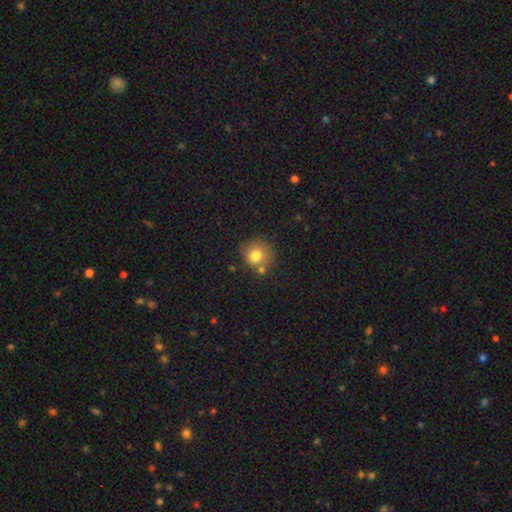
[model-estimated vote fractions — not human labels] A smooth galaxy with no disk features (78%) that is round (84%).

Vote fractions:
- Smooth or featured? smooth: 78% / featured or disk: 11% / star or artifact: 11%
- How rounded? round: 84% / in between: 15% / cigar-shaped: 1%
- Merging? none: 68% / minor disturbance: 16% / merger: 12% / major disturbance: 4%